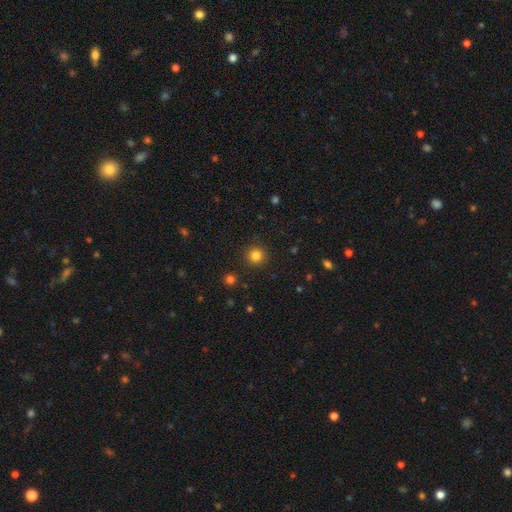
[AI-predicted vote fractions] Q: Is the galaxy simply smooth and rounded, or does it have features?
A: smooth — 83%.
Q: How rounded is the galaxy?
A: round — 94%.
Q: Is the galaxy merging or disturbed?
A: none — 91%.